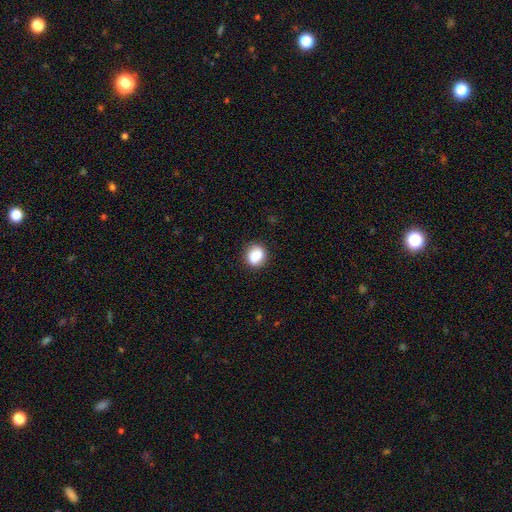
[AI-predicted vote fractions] Overall: smooth (83%). How rounded: round (73%). Merging: none (76%).